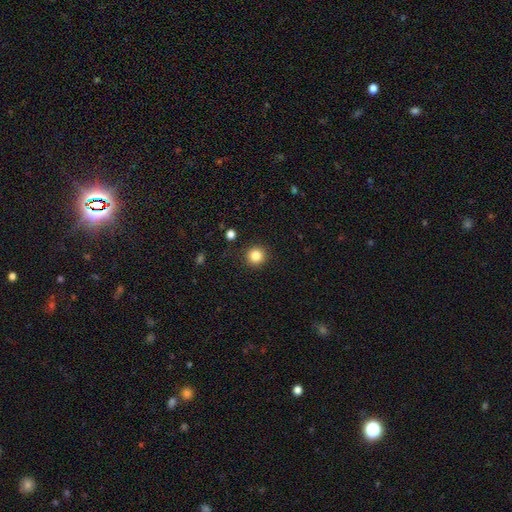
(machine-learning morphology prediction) smooth-or-featured: smooth: 84% | star or artifact: 11% | featured or disk: 5%
  how-rounded: round: 94% | in between: 5% | cigar-shaped: 1%
  merging: none: 91% | minor disturbance: 6% | major disturbance: 2% | merger: 1%